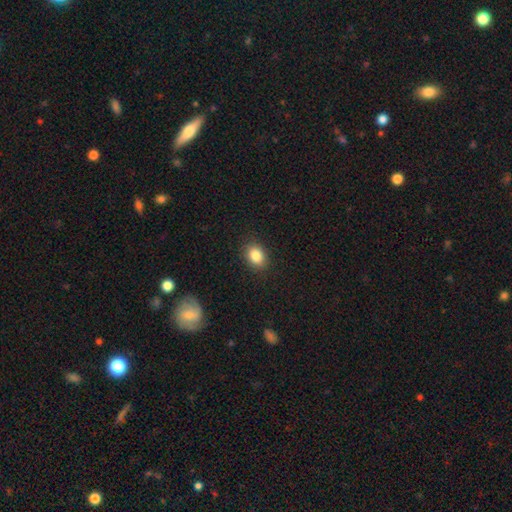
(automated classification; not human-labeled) Smooth or featured?
  - smooth: 85% *
  - star or artifact: 9%
  - featured or disk: 6%
How rounded?
  - in between: 65% *
  - round: 34%
  - cigar-shaped: 1%
Merging?
  - none: 89% *
  - minor disturbance: 8%
  - major disturbance: 2%
  - merger: 1%